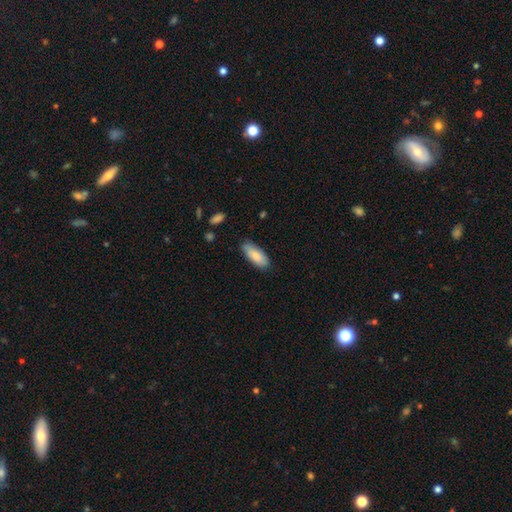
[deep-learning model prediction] smooth 85%, featured or disk 10%, star or artifact 6%. Down the decision tree: how rounded — in between (78%); merging — none (81%).